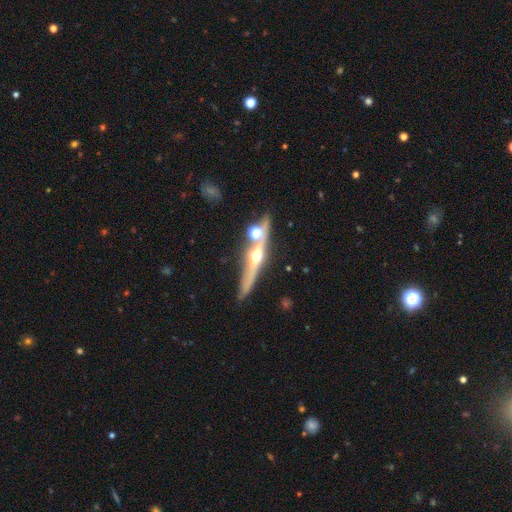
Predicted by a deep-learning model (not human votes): Q: Smooth or featured?
A: featured or disk (72%); runner-up: smooth (19%)
Q: Edge-on disk?
A: yes (94%); runner-up: no (6%)
Q: Edge-on bulge?
A: rounded (95%); runner-up: none (3%)
Q: Merging?
A: none (74%); runner-up: merger (12%)